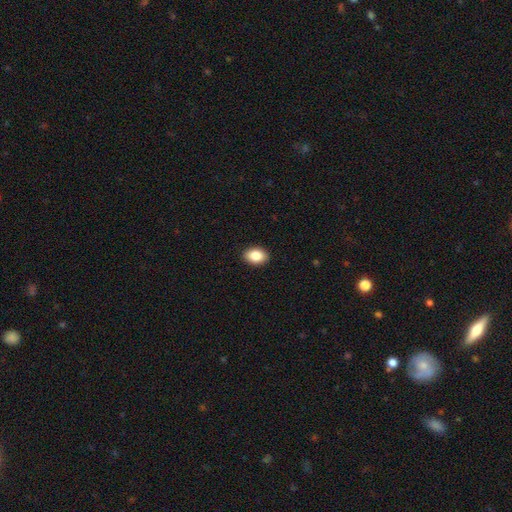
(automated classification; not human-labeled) The model was most divided on "how rounded": in between: 81%, round: 17%, cigar-shaped: 1%. More confident: merging — none (91%); smooth or featured — smooth (85%).